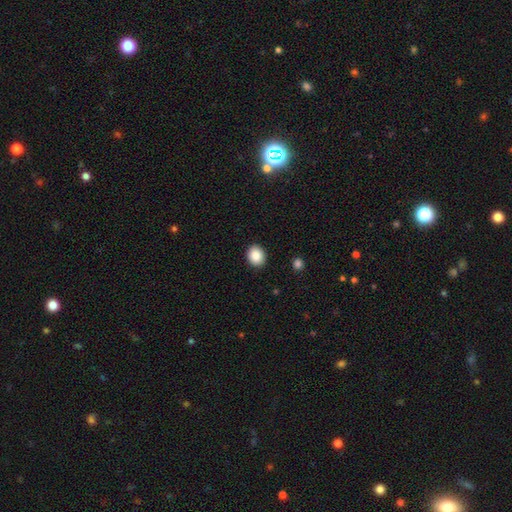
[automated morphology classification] Overall: smooth (87%). How rounded: round (54%; in between 45%). Merging: none (91%).